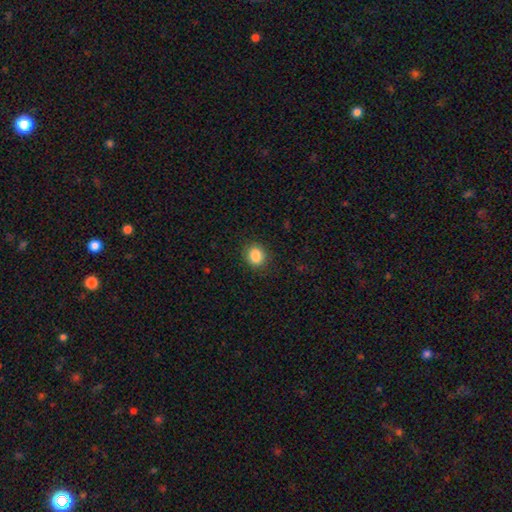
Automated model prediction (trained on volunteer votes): smooth_or_featured: smooth (p=0.87) [alt: star or artifact p=0.09]
how_rounded: round (p=0.61) [alt: in between p=0.38]
merging: none (p=0.88) [alt: minor disturbance p=0.09]